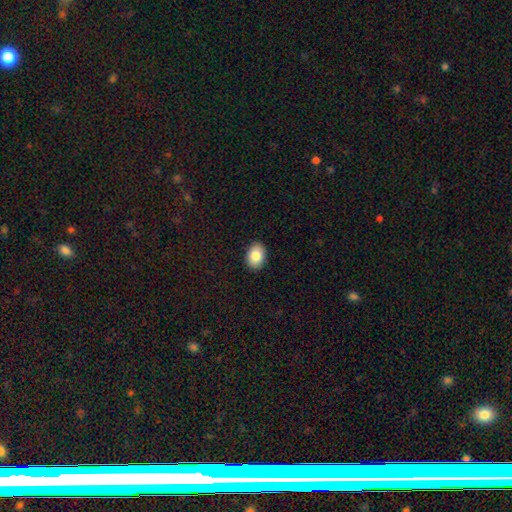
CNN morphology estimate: The model was most divided on "how rounded": in between: 77%, round: 22%, cigar-shaped: 1%. More confident: merging — none (90%); smooth or featured — smooth (85%).